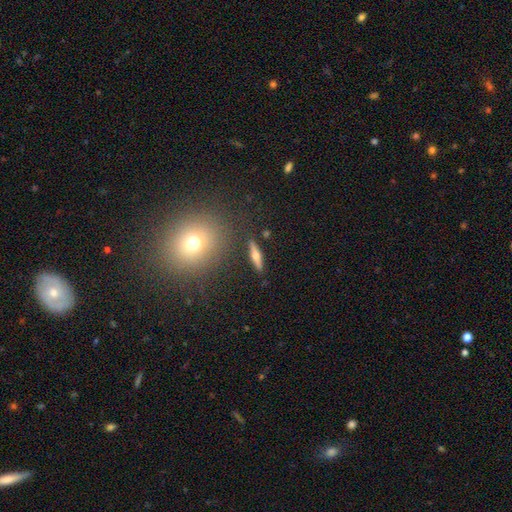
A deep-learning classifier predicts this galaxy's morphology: Smooth or featured?
  - featured or disk: 48% *
  - smooth: 43%
  - star or artifact: 8%
Merging?
  - none: 87% *
  - minor disturbance: 8%
  - merger: 3%
  - major disturbance: 2%